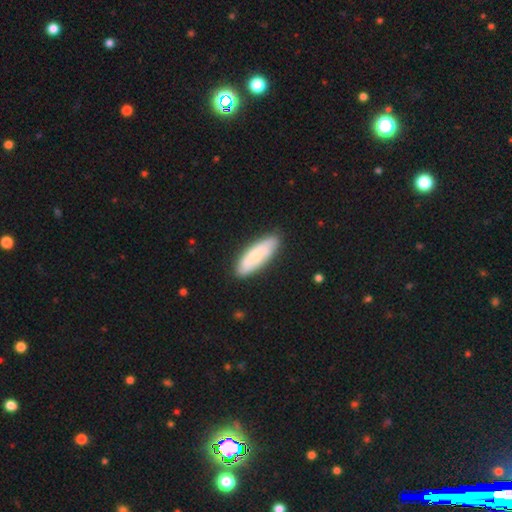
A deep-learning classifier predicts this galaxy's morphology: Smooth or featured?
  - smooth: 61% *
  - featured or disk: 33%
  - star or artifact: 6%
How rounded?
  - in between: 58% *
  - cigar-shaped: 40%
  - round: 2%
Merging?
  - none: 82% *
  - minor disturbance: 14%
  - major disturbance: 3%
  - merger: 2%